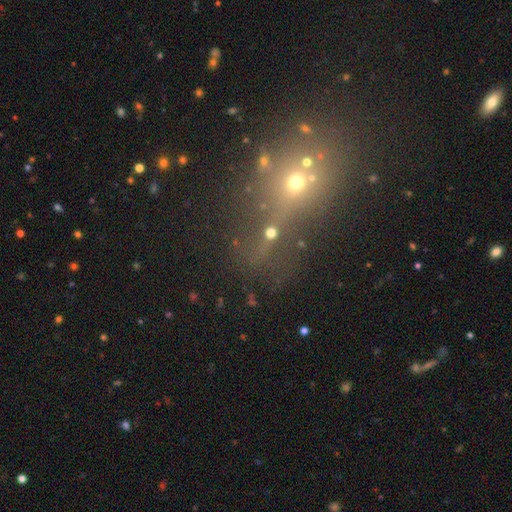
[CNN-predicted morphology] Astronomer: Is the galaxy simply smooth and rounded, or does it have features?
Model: star or artifact — 51% (runner-up: smooth, 31%).